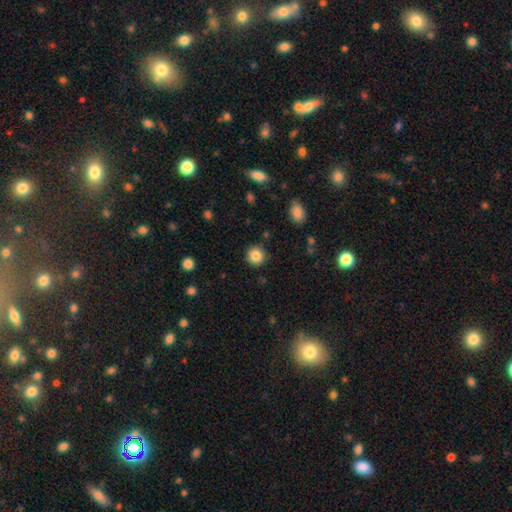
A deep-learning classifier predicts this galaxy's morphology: This is clearly a smooth galaxy (85%). How rounded: clearly round (93%). Merging: clearly none (90%).